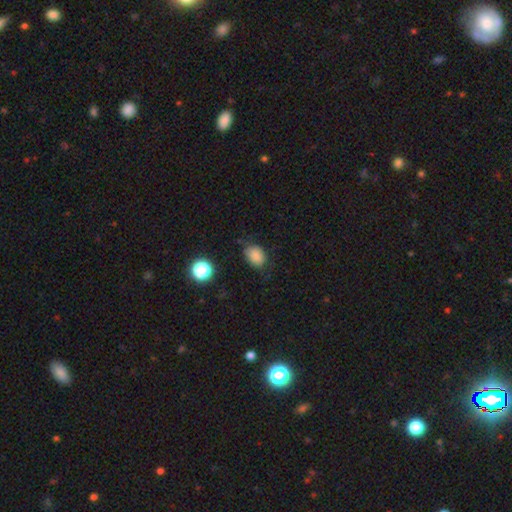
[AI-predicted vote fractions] Smooth or featured: smooth — 83% (star or artifact — 12%)
How rounded: in between — 68% (round — 31%)
Merging: none — 66% (minor disturbance — 25%)